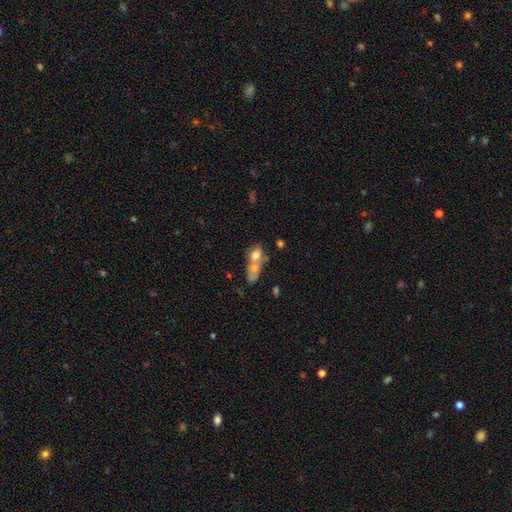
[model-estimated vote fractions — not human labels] Smooth or featured? Predicted: smooth (p=0.64). How rounded? Predicted: in between (p=0.61). Merging? Predicted: merger (p=0.66).